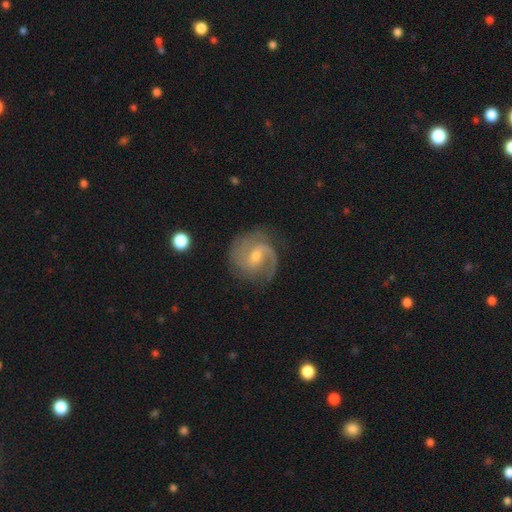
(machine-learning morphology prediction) smooth-or-featured: featured or disk: 87% | smooth: 7% | star or artifact: 5%
  disk-edge-on: no: 98% | yes: 2%
    bar: weak: 53% | no: 33% | strong: 14%
    has-spiral-arms: yes: 97% | no: 3%
      spiral-winding: medium: 51% | tight: 31% | loose: 19%
      spiral-arm-count: 2: 72% | 3: 9% | can't tell: 8% | 1: 7% | 4: 2% | more than 4: 2%
    bulge-size: small: 53% | moderate: 43% | none: 1% | large: 1% | dominant: 1%
  merging: none: 77% | minor disturbance: 15% | major disturbance: 6% | merger: 1%